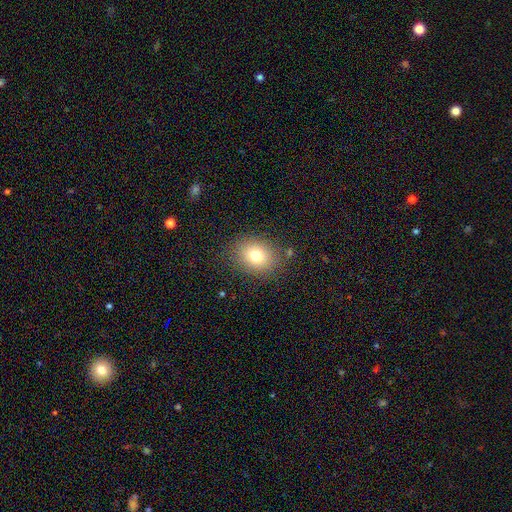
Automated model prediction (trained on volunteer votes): This is likely a smooth galaxy (76%). How rounded: possibly in between (50%). Merging: clearly none (83%).